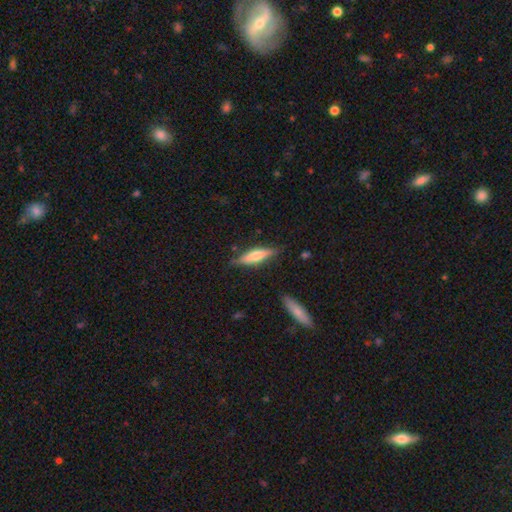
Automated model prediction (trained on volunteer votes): A smooth galaxy with no disk features (52%) that is cigar-shaped (71%).

Vote fractions:
- Smooth or featured? smooth: 52% / featured or disk: 42% / star or artifact: 6%
- How rounded? cigar-shaped: 71% / in between: 27% / round: 2%
- Merging? none: 80% / minor disturbance: 14% / major disturbance: 3% / merger: 2%